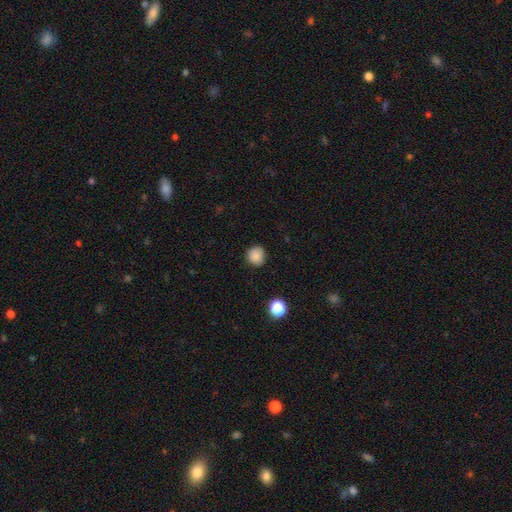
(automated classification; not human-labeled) smooth_or_featured: smooth (p=0.85) [alt: star or artifact p=0.11]
how_rounded: round (p=0.89) [alt: in between p=0.10]
merging: none (p=0.86) [alt: minor disturbance p=0.10]